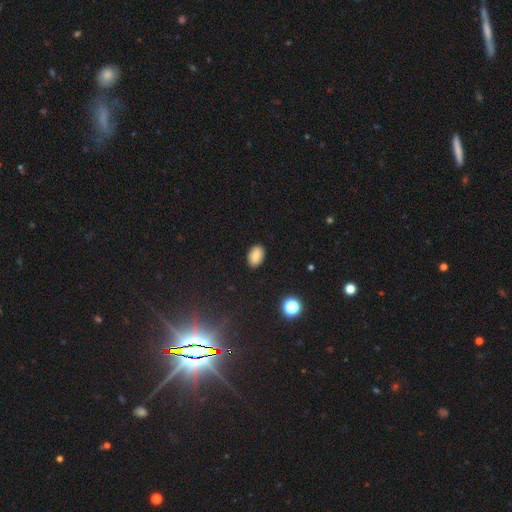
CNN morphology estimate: type=smooth (84%); roundness=in between (88%); merging=none (88%).